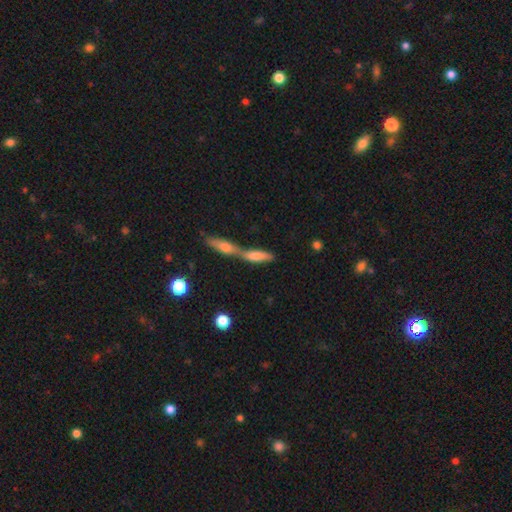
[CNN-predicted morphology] Smooth or featured?
  - smooth: 55% *
  - featured or disk: 34%
  - star or artifact: 10%
How rounded?
  - cigar-shaped: 61% *
  - in between: 35%
  - round: 4%
Merging?
  - merger: 67% *
  - none: 24%
  - minor disturbance: 6%
  - major disturbance: 3%